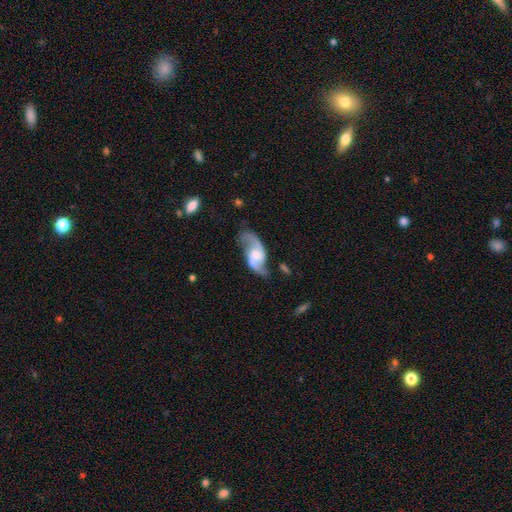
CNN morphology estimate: A featured or disk galaxy (88%) with a weak bar (44%, tied with no), 2 (92%) loose (48%) spiral arms (96%) and a moderate central bulge (47%). Merging: none (68%).